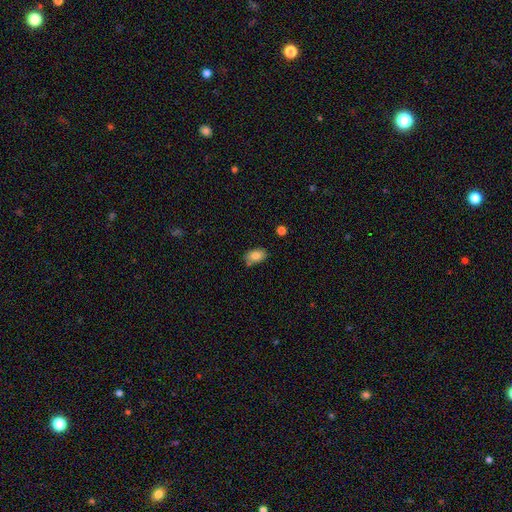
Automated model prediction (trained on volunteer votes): smooth 83%, featured or disk 9%, star or artifact 8%. Down the decision tree: how rounded — in between (90%); merging — none (74%).